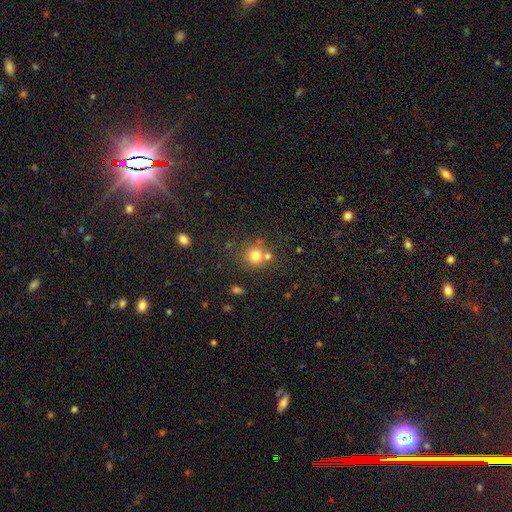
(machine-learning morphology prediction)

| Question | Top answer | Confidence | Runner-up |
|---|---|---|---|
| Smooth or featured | smooth | 75% | star or artifact (14%) |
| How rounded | round | 89% | in between (10%) |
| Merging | none | 60% | merger (26%) |